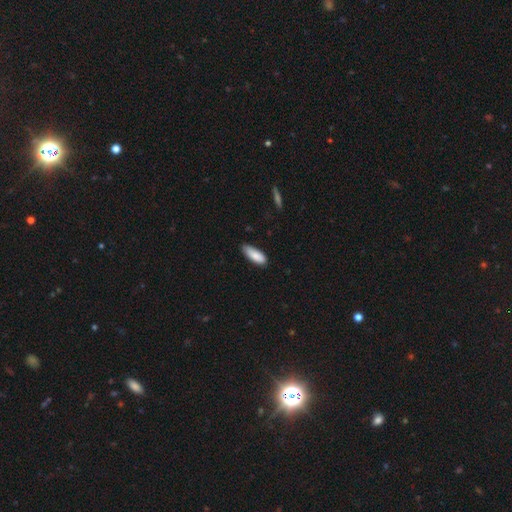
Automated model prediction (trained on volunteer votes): The model was most divided on "how rounded": in between: 71%, cigar-shaped: 27%, round: 2%. More confident: smooth or featured — smooth (86%); merging — none (70%).